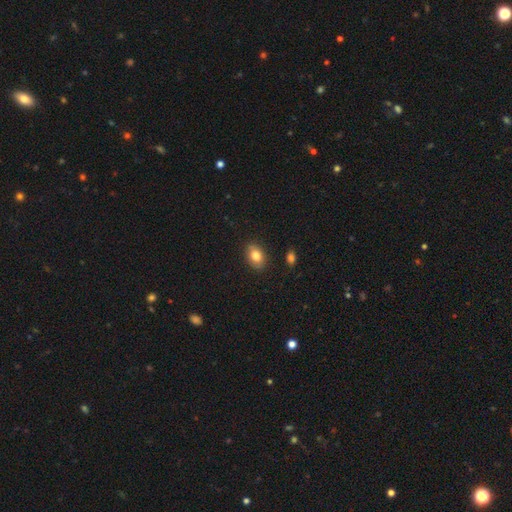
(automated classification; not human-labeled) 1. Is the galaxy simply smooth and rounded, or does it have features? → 82% smooth, 10% featured or disk, 8% star or artifact.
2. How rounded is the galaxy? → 81% in between, 17% round, 1% cigar-shaped.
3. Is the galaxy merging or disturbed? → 87% none, 10% minor disturbance, 2% major disturbance, 1% merger.